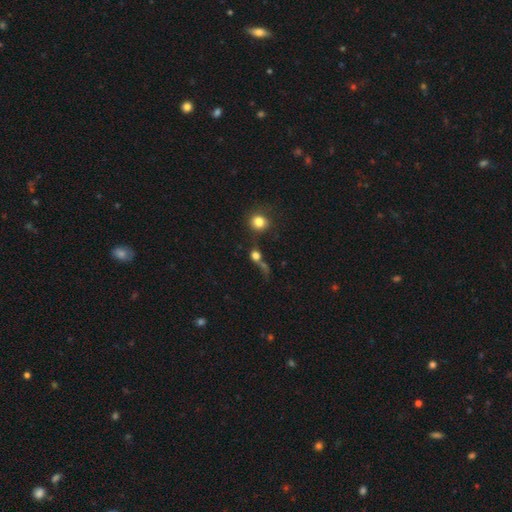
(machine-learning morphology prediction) This is likely a smooth galaxy (66%). How rounded: likely round (75%). Merging: marginally none (38%).